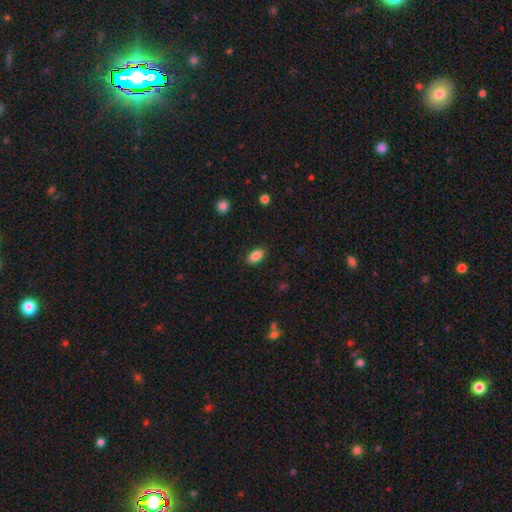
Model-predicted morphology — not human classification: The model was most divided on "merging": none: 87%, minor disturbance: 9%, major disturbance: 2%, merger: 1%. More confident: how rounded — in between (92%); smooth or featured — smooth (88%).